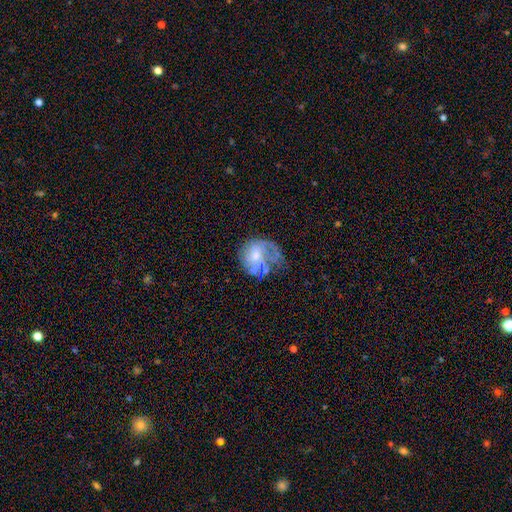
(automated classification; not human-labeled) smooth-or-featured: featured or disk: 55% | smooth: 34% | star or artifact: 11%
  disk-edge-on: no: 98% | yes: 2%
    bar: no: 78% | weak: 19% | strong: 3%
    has-spiral-arms: no: 63% | yes: 37%
    bulge-size: moderate: 40% | small: 37% | none: 17% | large: 5% | dominant: 2%
  merging: none: 38% | major disturbance: 31% | minor disturbance: 25% | merger: 7%